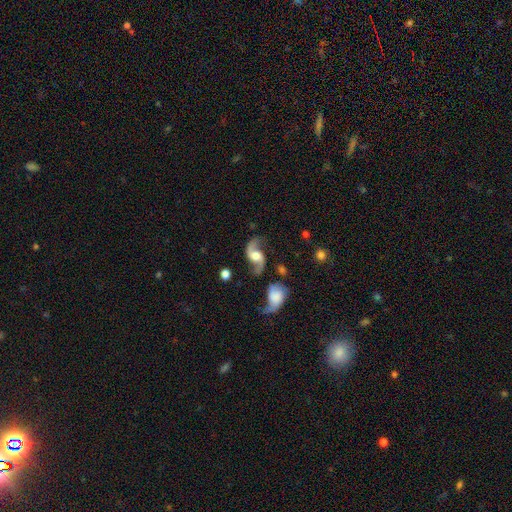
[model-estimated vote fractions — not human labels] smooth_or_featured: featured or disk (p=0.88) [alt: smooth p=0.07]
disk_edge_on: no (p=0.97) [alt: yes p=0.03]
bar: no (p=0.59) [alt: weak p=0.31]
has_spiral_arms: yes (p=0.97) [alt: no p=0.03]
spiral_winding: loose (p=0.78) [alt: medium p=0.18]
spiral_arm_count: 2 (p=0.94) [alt: 1 p=0.01]
bulge_size: moderate (p=0.55) [alt: large p=0.28]
merging: none (p=0.73) [alt: minor disturbance p=0.15]